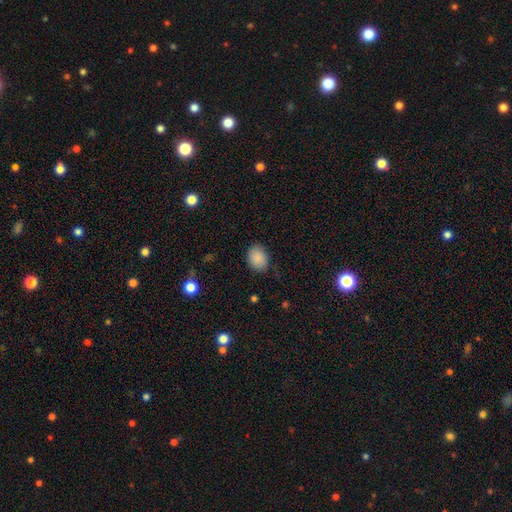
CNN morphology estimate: This is clearly a smooth galaxy (88%). How rounded: possibly in between (55%). Merging: clearly none (81%).